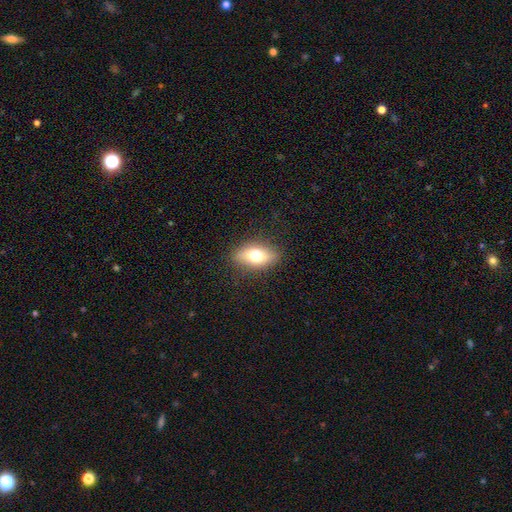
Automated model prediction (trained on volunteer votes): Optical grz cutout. It shows a smooth galaxy with no disk features (68%) that is in between round and cigar-shaped (82%). Merging: none (86%).